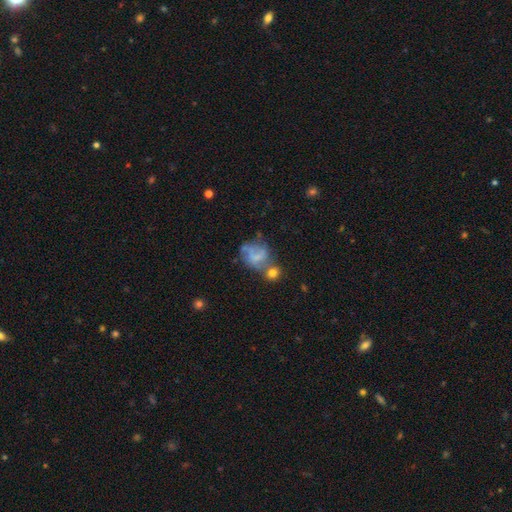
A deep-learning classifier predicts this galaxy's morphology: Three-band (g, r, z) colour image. It shows a smooth galaxy with no disk features (46%). Merging: none (30%).